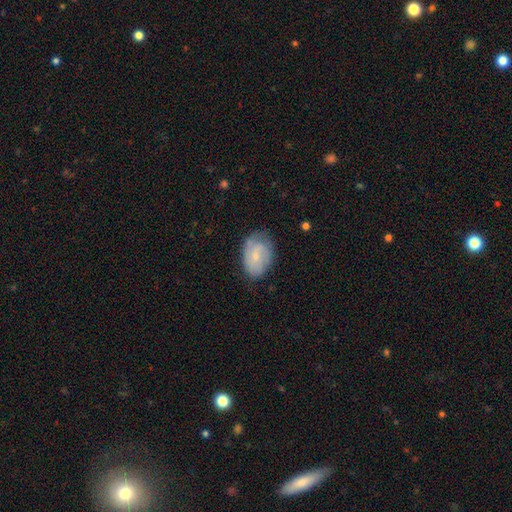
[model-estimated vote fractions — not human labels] Smooth or featured?
  - featured or disk: 49% *
  - smooth: 44%
  - star or artifact: 7%
Merging?
  - none: 66% *
  - minor disturbance: 26%
  - major disturbance: 7%
  - merger: 1%